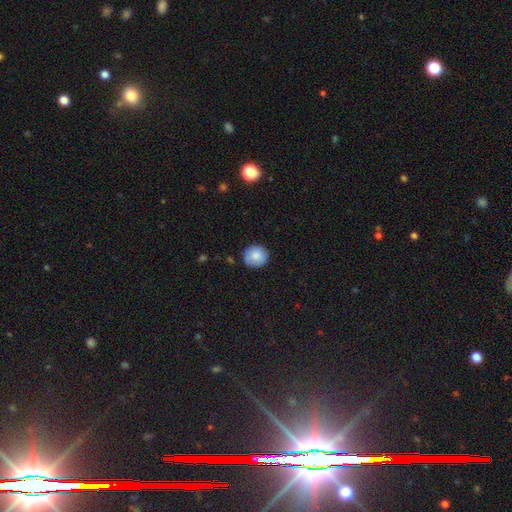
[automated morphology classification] A smooth galaxy with no disk features (84%) that is round (91%). Merging: none (84%).